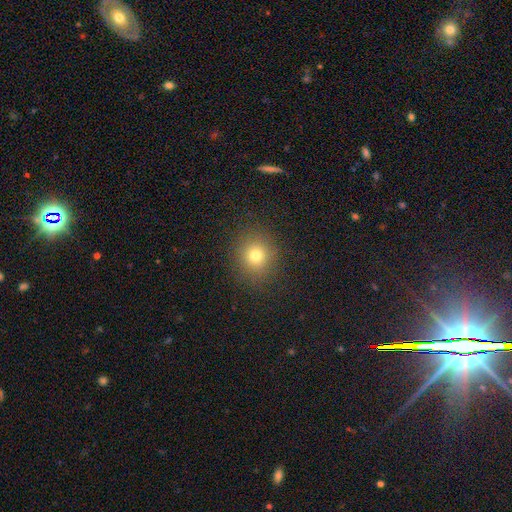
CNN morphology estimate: Overall: smooth (75%). How rounded: round (85%). Merging: none (88%).